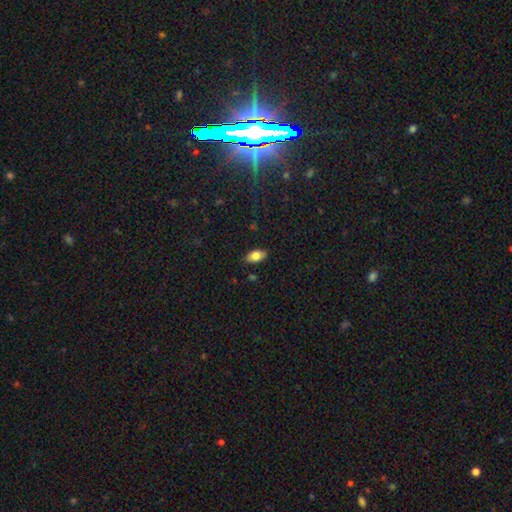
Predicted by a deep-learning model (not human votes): A smooth galaxy with no disk features (82%) that is in between round and cigar-shaped (92%). Merging: none (87%).